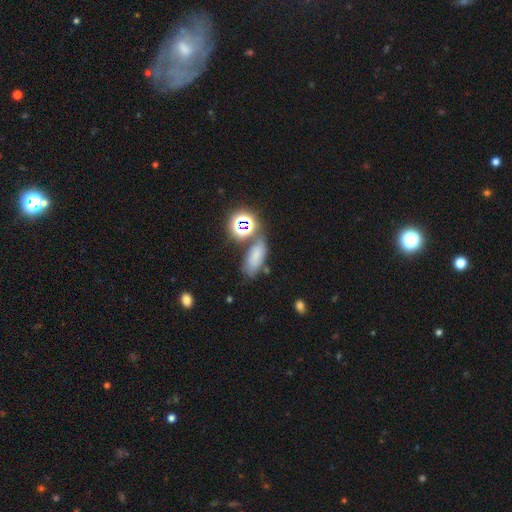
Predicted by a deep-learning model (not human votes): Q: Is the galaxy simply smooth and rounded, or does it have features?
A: smooth — 64%.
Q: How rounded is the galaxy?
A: in between — 75%.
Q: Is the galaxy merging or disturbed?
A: none — 57%.